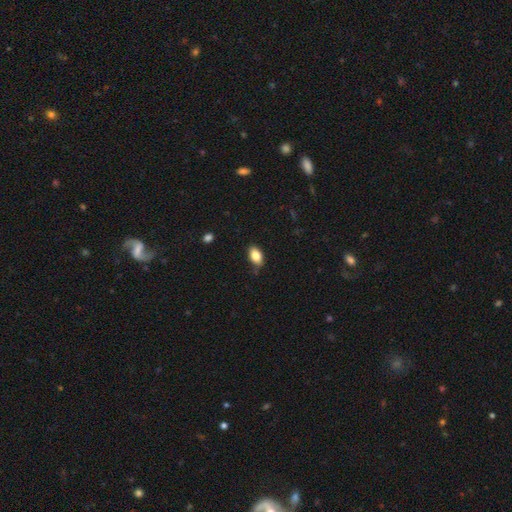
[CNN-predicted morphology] Smooth or featured?
  - smooth: 83% *
  - featured or disk: 9%
  - star or artifact: 8%
How rounded?
  - in between: 90% *
  - round: 8%
  - cigar-shaped: 2%
Merging?
  - none: 80% *
  - minor disturbance: 16%
  - major disturbance: 3%
  - merger: 1%